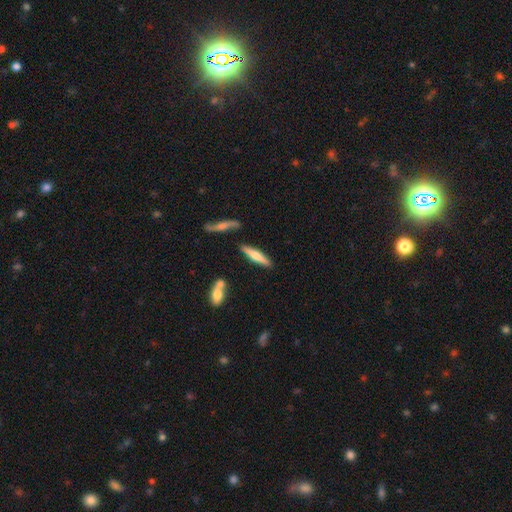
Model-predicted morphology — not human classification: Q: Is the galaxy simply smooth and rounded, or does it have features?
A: smooth — 52%.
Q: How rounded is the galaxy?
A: cigar-shaped — 86%.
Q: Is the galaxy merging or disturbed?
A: none — 83%.